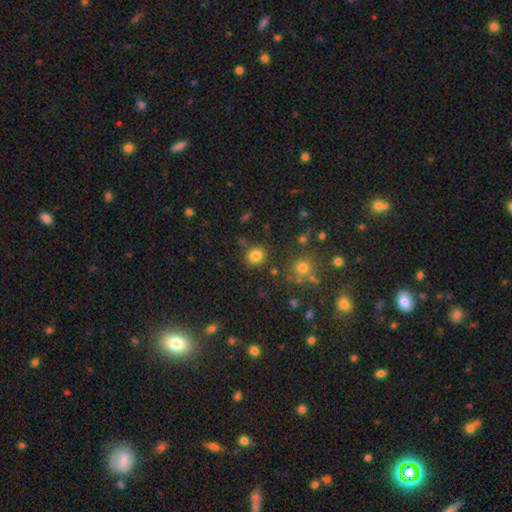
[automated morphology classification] type=smooth (81%); roundness=round (88%); merging=none (84%).